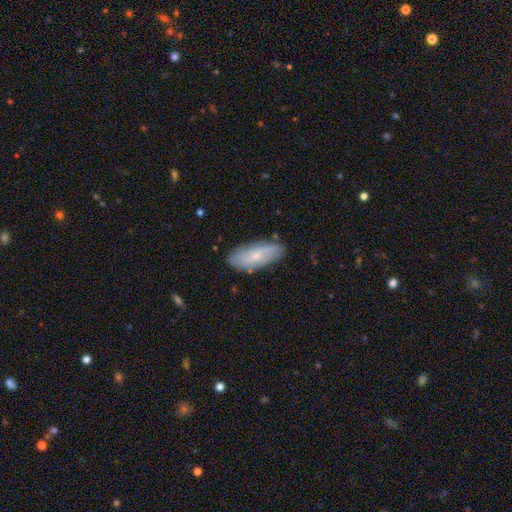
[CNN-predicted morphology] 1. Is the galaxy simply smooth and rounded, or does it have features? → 53% smooth, 40% featured or disk, 7% star or artifact.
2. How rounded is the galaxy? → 77% in between, 21% cigar-shaped, 2% round.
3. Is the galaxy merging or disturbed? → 80% none, 16% minor disturbance, 3% major disturbance, 2% merger.